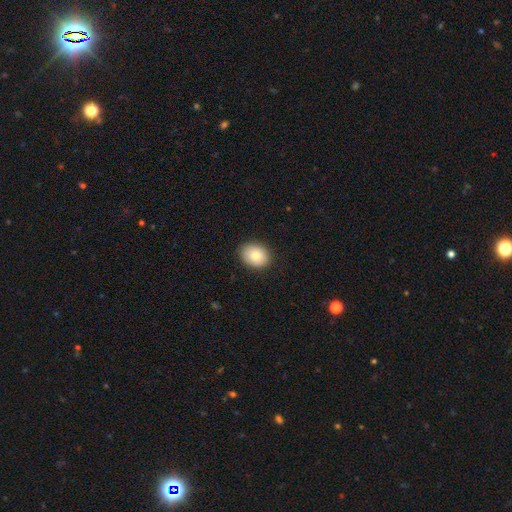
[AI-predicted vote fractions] This is clearly a smooth galaxy (80%). How rounded: possibly in between (58%). Merging: clearly none (87%).